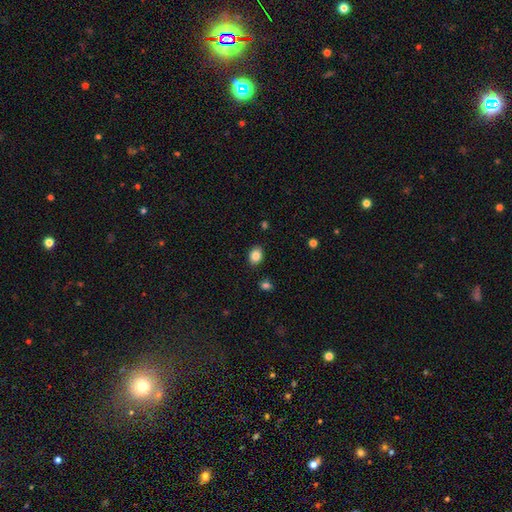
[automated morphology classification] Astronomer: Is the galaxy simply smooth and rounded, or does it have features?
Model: smooth — 85%.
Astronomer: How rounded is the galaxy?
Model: in between — 63%.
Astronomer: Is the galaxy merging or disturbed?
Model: none — 87%.